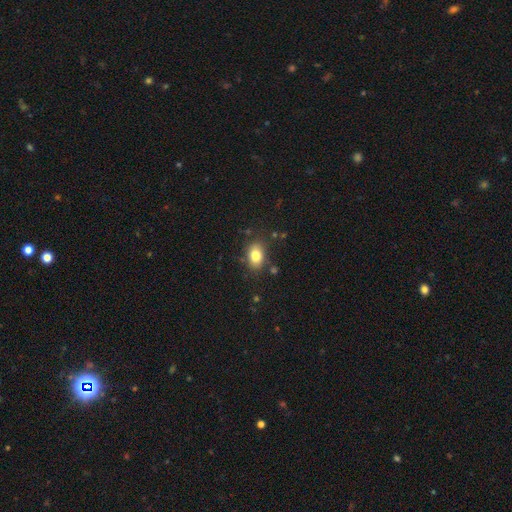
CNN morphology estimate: A smooth galaxy with no disk features (82%) that is in between round and cigar-shaped (76%). Merging: none (79%).